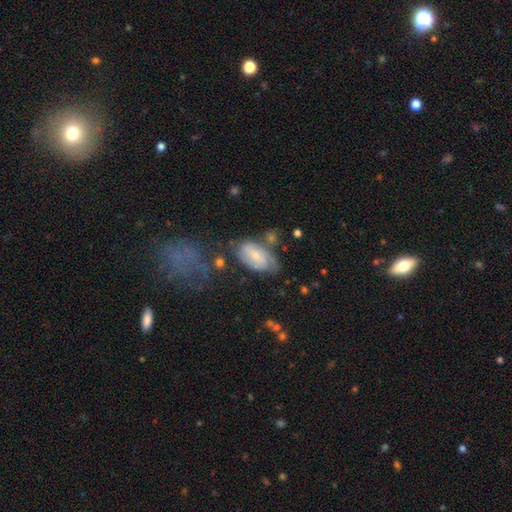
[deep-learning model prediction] The model was most divided on "smooth or featured": featured or disk: 50%, smooth: 42%, star or artifact: 8%. Remaining: edge-on disk — no (94%); merging — none (48%).